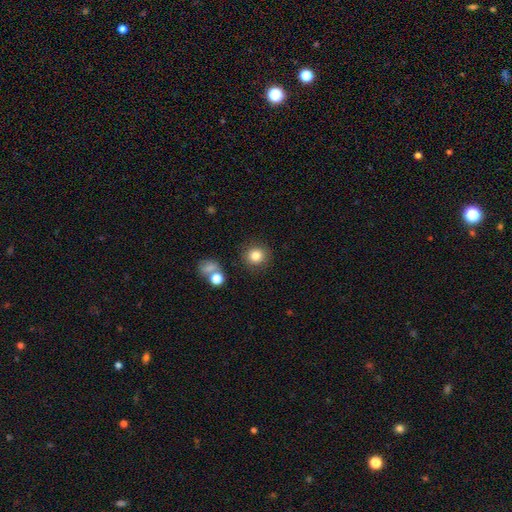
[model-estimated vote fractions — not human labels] Smooth or featured?
  - smooth: 82% *
  - star or artifact: 11%
  - featured or disk: 7%
How rounded?
  - round: 91% *
  - in between: 8%
  - cigar-shaped: 1%
Merging?
  - none: 86% *
  - minor disturbance: 8%
  - merger: 3%
  - major disturbance: 3%